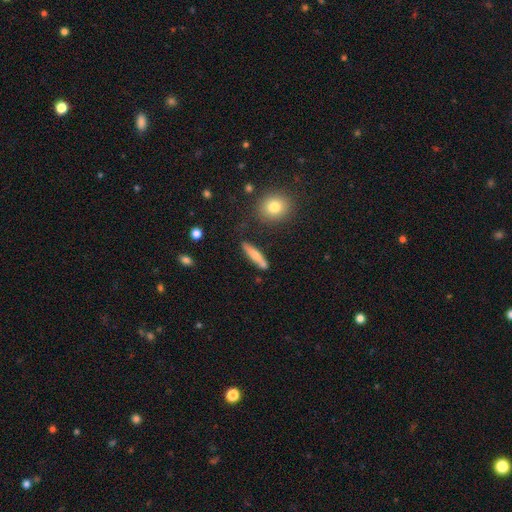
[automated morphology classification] This appears to be a smooth galaxy with no disk features (66%) that is cigar-shaped (82%). Merging: none (78%).